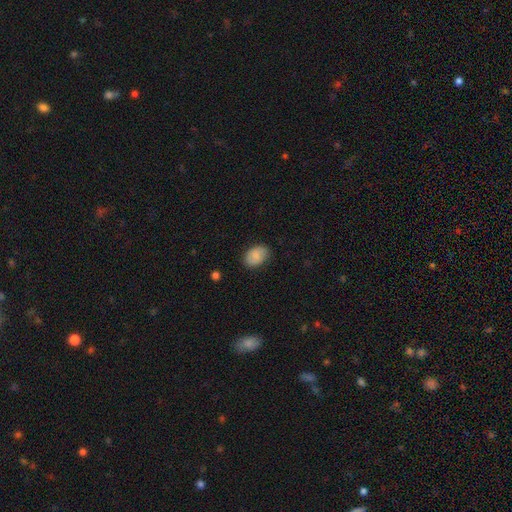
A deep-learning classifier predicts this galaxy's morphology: type=smooth (86%); roundness=in between (83%); merging=none (84%).